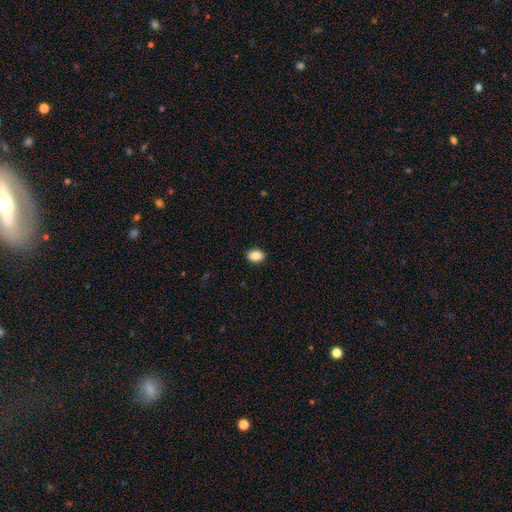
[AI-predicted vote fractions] This is clearly a smooth galaxy (89%). How rounded: likely in between (79%). Merging: clearly none (90%).